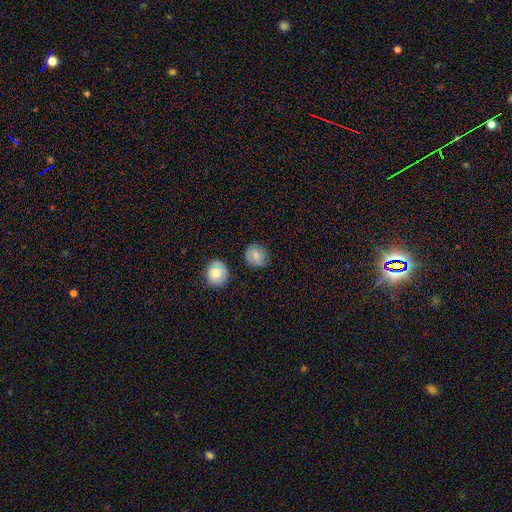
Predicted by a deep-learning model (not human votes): The model was most divided on "smooth or featured": smooth: 69%, featured or disk: 22%, star or artifact: 9%. More confident: how rounded — round (77%); merging — none (73%).